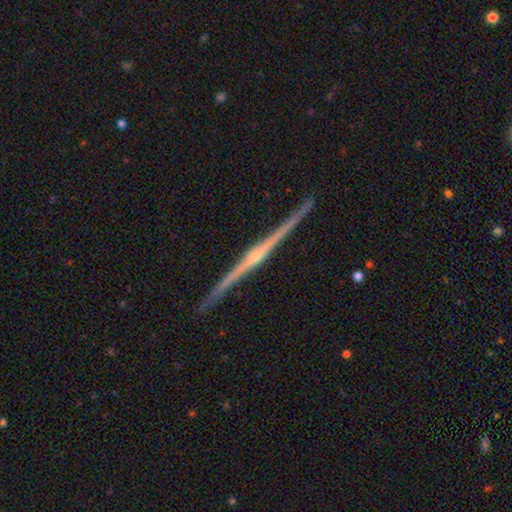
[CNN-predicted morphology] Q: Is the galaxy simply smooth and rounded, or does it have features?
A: featured or disk — 90%.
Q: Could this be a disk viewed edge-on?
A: yes — 99%.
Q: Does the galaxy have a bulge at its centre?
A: rounded — 79%.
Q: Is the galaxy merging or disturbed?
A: none — 92%.